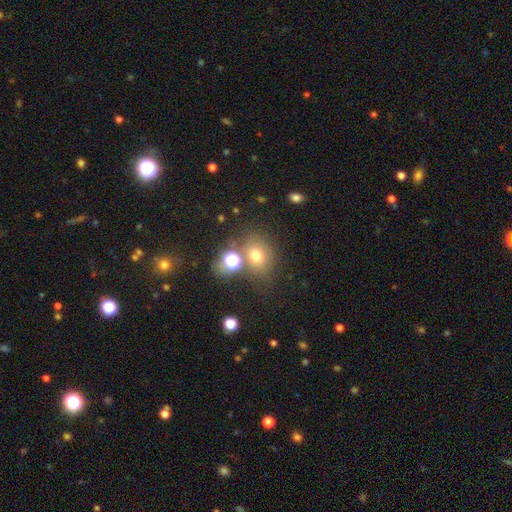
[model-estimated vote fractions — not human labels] smooth 67%, star or artifact 21%, featured or disk 12%. Down the decision tree: how rounded — round (58%); merging — none (64%).